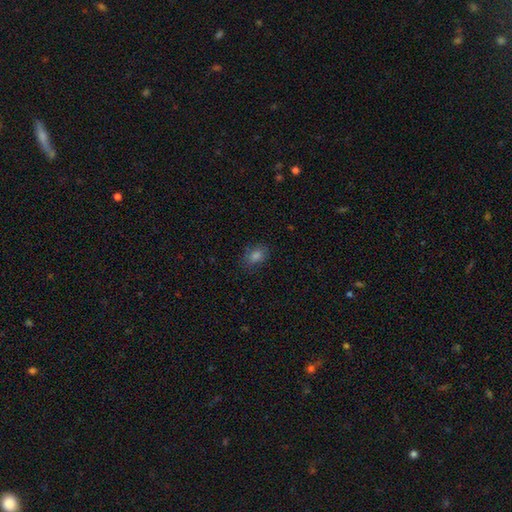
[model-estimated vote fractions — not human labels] smooth-or-featured: smooth: 73% | star or artifact: 18% | featured or disk: 9%
  how-rounded: in between: 68% | round: 30% | cigar-shaped: 1%
  merging: none: 81% | minor disturbance: 14% | major disturbance: 4% | merger: 1%